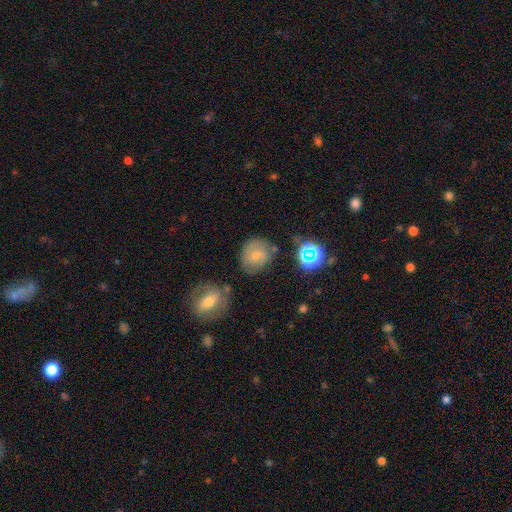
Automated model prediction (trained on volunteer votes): The model was most divided on "smooth or featured": smooth: 61%, featured or disk: 25%, star or artifact: 14%. More confident: how rounded — round (80%); merging — none (64%).